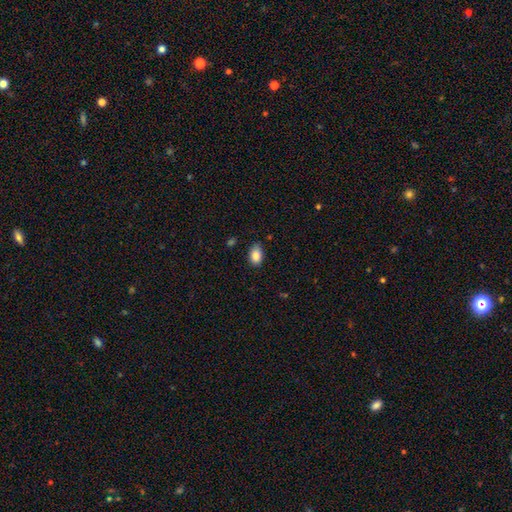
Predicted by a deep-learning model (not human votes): The model was most divided on "merging": none: 76%, minor disturbance: 20%, major disturbance: 3%, merger: 2%. More confident: how rounded — in between (87%); smooth or featured — smooth (86%).